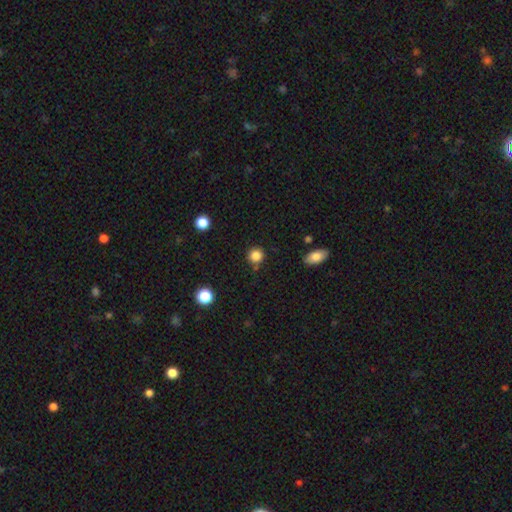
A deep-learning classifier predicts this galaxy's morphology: Smooth or featured? smooth (84%)
How rounded? round (91%)
Merging? none (77%)